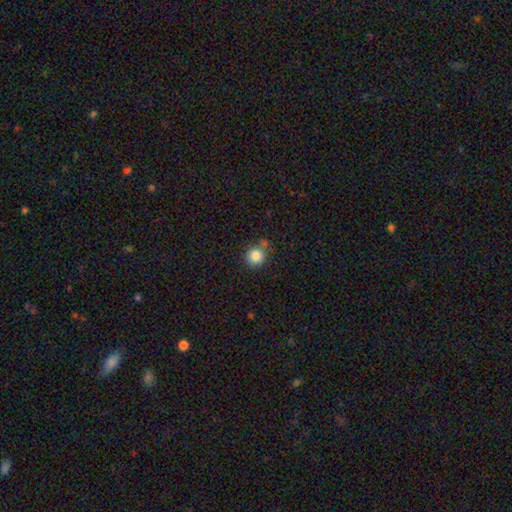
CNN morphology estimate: type=smooth (84%); roundness=round (91%); merging=none (72%).